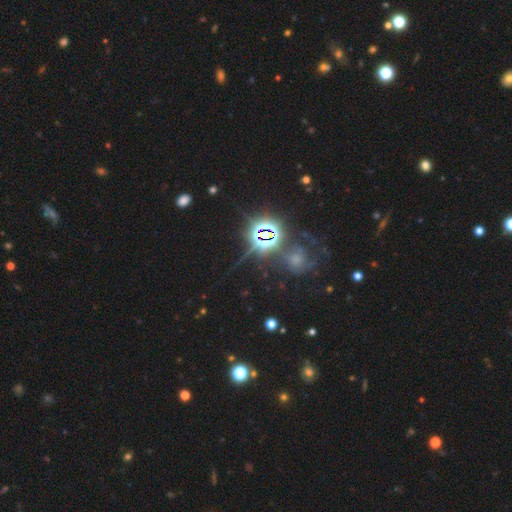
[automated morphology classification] type=star or artifact (72%).